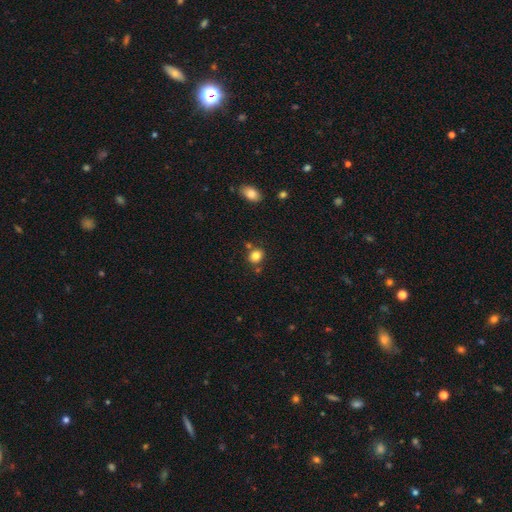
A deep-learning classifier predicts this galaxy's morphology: Smooth or featured: smooth — 83% (star or artifact — 11%)
How rounded: round — 66% (in between — 33%)
Merging: none — 75% (minor disturbance — 12%)